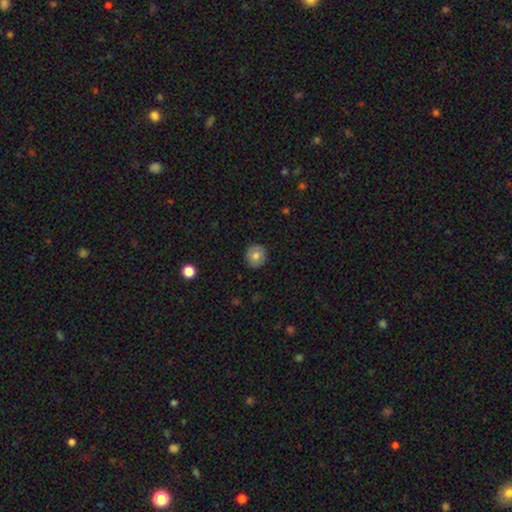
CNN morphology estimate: Q: Smooth or featured?
A: smooth (75%); runner-up: featured or disk (16%)
Q: How rounded?
A: round (88%); runner-up: in between (11%)
Q: Merging?
A: none (88%); runner-up: minor disturbance (9%)